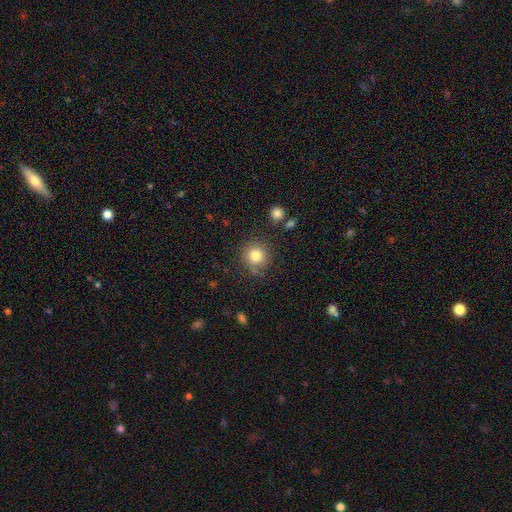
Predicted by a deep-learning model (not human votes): This is clearly a smooth galaxy (81%). How rounded: clearly round (92%). Merging: clearly none (82%).